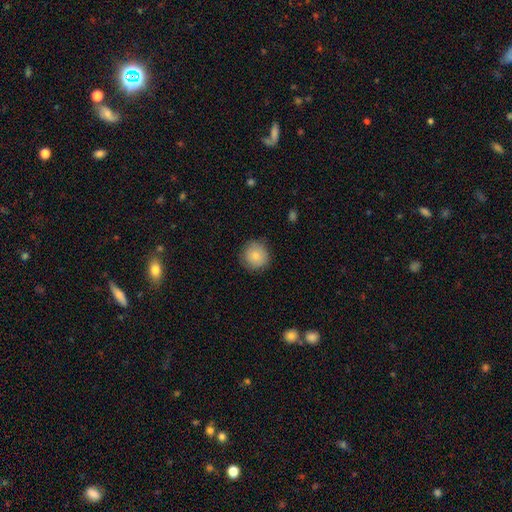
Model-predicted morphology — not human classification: type=smooth (82%); roundness=round (93%); merging=none (84%).